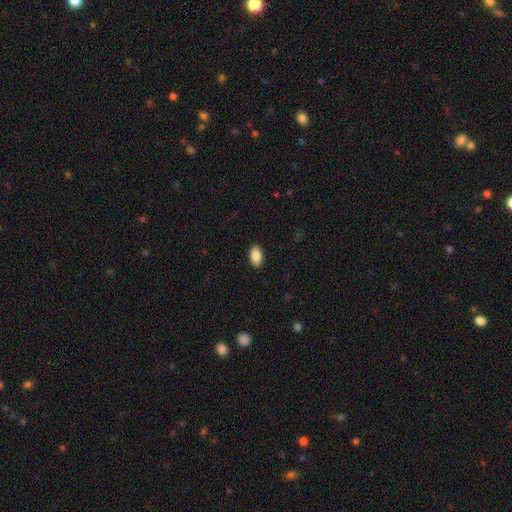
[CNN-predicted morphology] This is clearly a smooth galaxy (87%). How rounded: clearly in between (93%). Merging: clearly none (89%).